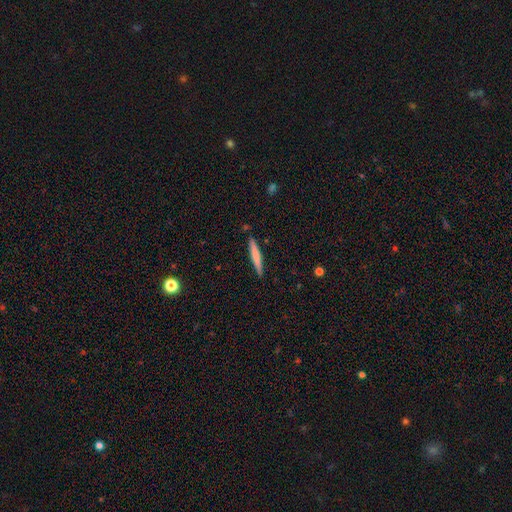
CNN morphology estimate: Smooth or featured? Predicted: smooth (p=0.66). How rounded? Predicted: cigar-shaped (p=0.95). Merging? Predicted: none (p=0.88).